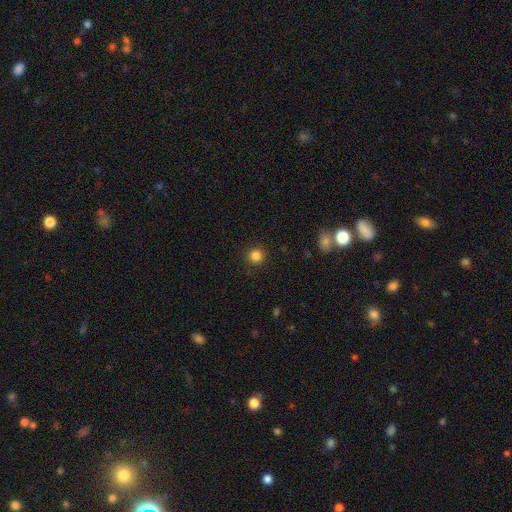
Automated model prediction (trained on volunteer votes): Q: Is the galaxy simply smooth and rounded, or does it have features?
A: smooth — 85%.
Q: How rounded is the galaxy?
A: round — 95%.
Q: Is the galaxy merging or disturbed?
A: none — 91%.